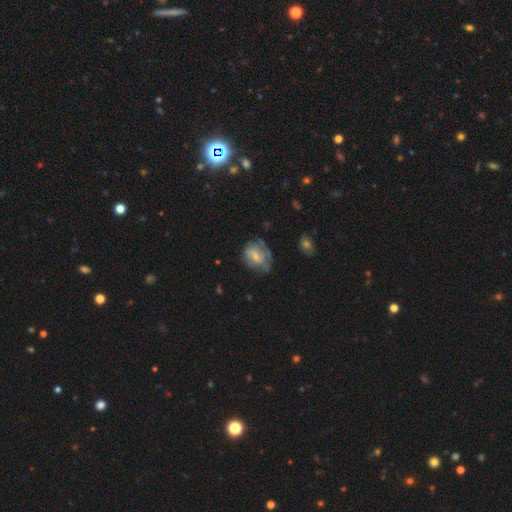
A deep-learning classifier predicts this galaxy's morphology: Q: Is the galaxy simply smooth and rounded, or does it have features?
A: smooth — 47%.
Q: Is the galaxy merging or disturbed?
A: none — 44%.